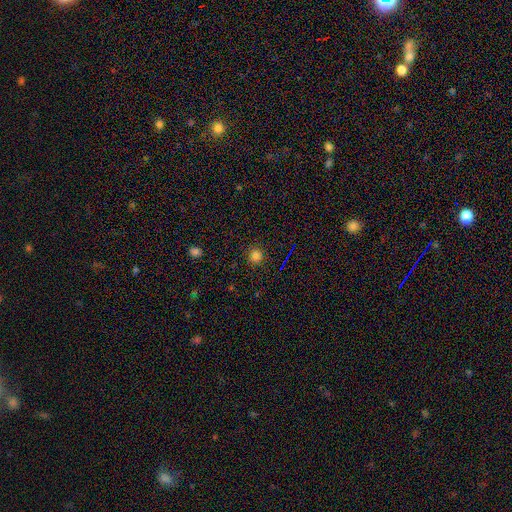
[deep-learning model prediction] Morphology: type=smooth (76%); roundness=round (92%); merging=none (88%).